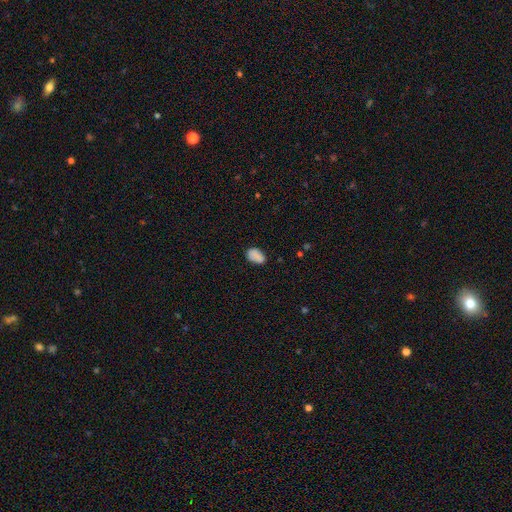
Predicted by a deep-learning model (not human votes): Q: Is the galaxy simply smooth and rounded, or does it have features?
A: smooth — 86%.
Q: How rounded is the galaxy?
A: in between — 90%.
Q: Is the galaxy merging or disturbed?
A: none — 74%.